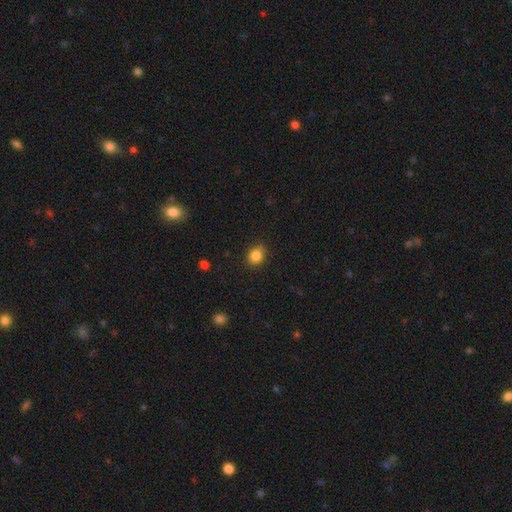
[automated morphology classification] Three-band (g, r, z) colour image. It shows a smooth galaxy with no disk features (85%) that is round (69%). Merging: none (85%).